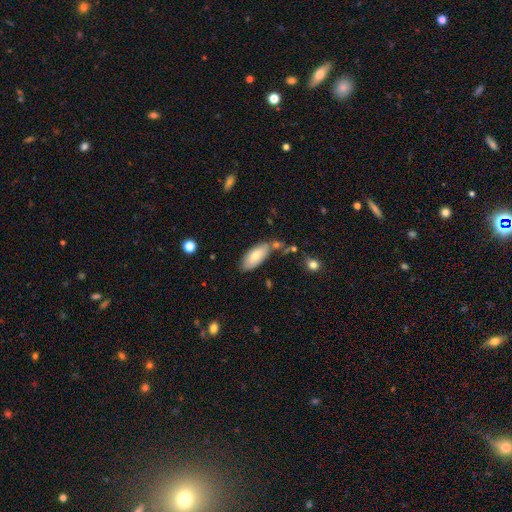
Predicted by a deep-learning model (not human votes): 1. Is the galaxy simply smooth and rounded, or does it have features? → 74% smooth, 20% featured or disk, 6% star or artifact.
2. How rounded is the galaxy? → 87% in between, 11% cigar-shaped, 2% round.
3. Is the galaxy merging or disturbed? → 67% none, 19% minor disturbance, 10% merger, 4% major disturbance.